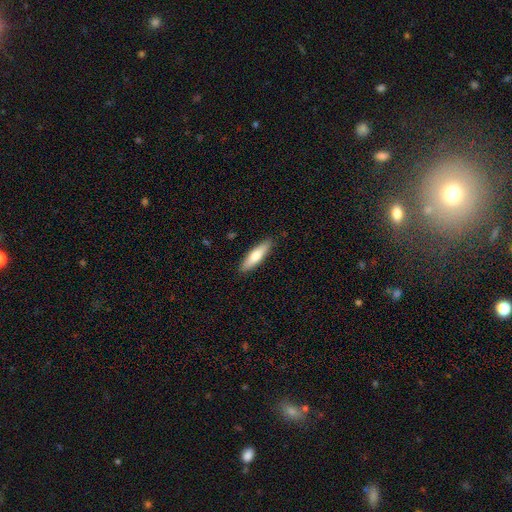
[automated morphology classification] A smooth galaxy with no disk features (70%) that is cigar-shaped (68%).

Vote fractions:
- Smooth or featured? smooth: 70% / featured or disk: 24% / star or artifact: 5%
- How rounded? cigar-shaped: 68% / in between: 31% / round: 2%
- Merging? none: 88% / minor disturbance: 9% / major disturbance: 2% / merger: 1%